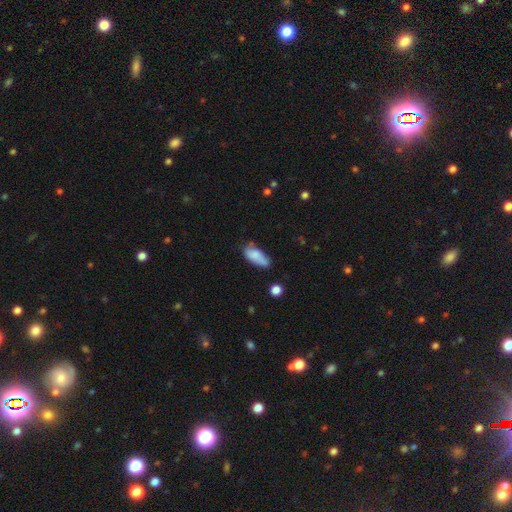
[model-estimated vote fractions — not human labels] Smooth or featured?
  - smooth: 81% *
  - featured or disk: 12%
  - star or artifact: 7%
How rounded?
  - in between: 81% *
  - cigar-shaped: 17%
  - round: 2%
Merging?
  - none: 55% *
  - minor disturbance: 30%
  - major disturbance: 8%
  - merger: 6%